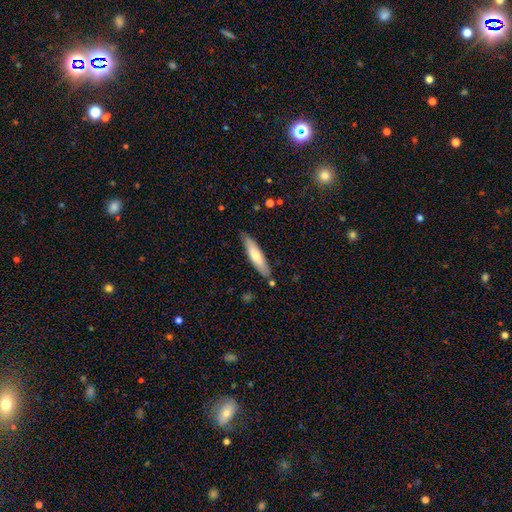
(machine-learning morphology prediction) Smooth or featured? smooth (64%)
How rounded? cigar-shaped (76%)
Merging? none (82%)